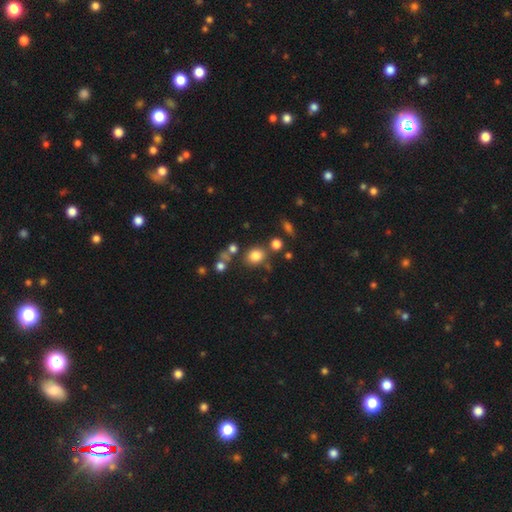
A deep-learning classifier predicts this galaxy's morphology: The model was most divided on "how rounded": round: 64%, in between: 35%, cigar-shaped: 1%. More confident: smooth or featured — smooth (80%); merging — none (74%).